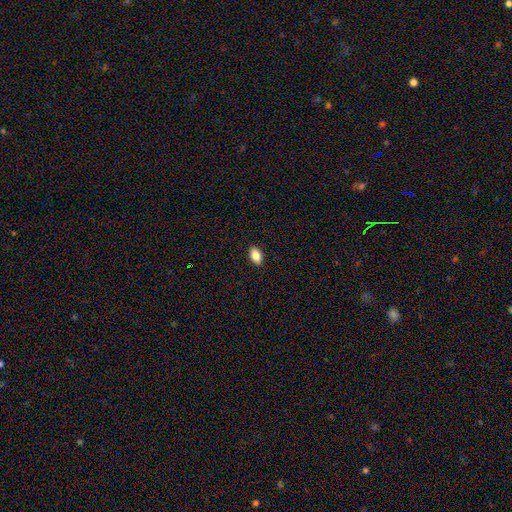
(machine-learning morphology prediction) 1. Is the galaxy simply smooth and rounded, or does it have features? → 85% smooth, 8% star or artifact, 7% featured or disk.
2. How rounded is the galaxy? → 89% in between, 8% round, 2% cigar-shaped.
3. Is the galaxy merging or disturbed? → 90% none, 7% minor disturbance, 2% major disturbance, 1% merger.